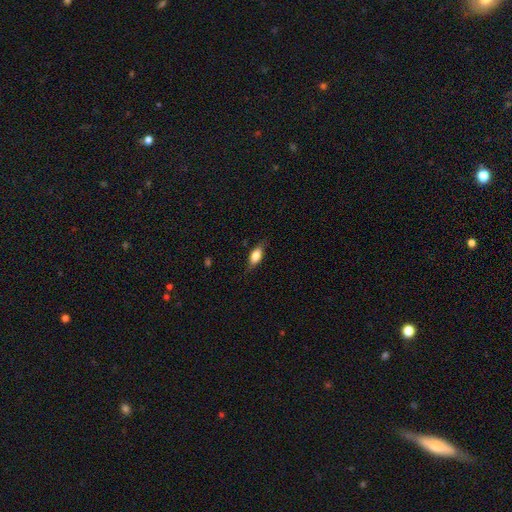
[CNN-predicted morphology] Q: Smooth or featured?
A: smooth (72%); runner-up: featured or disk (21%)
Q: How rounded?
A: in between (81%); runner-up: cigar-shaped (15%)
Q: Merging?
A: none (76%); runner-up: minor disturbance (18%)